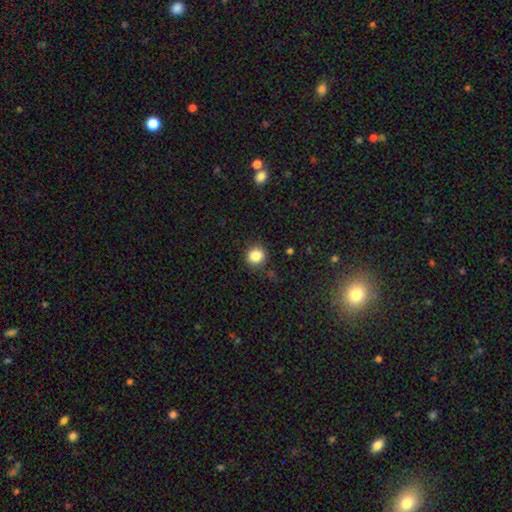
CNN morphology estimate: smooth_or_featured: smooth (p=0.85) [alt: star or artifact p=0.11]
how_rounded: round (p=0.86) [alt: in between p=0.13]
merging: none (p=0.87) [alt: minor disturbance p=0.09]